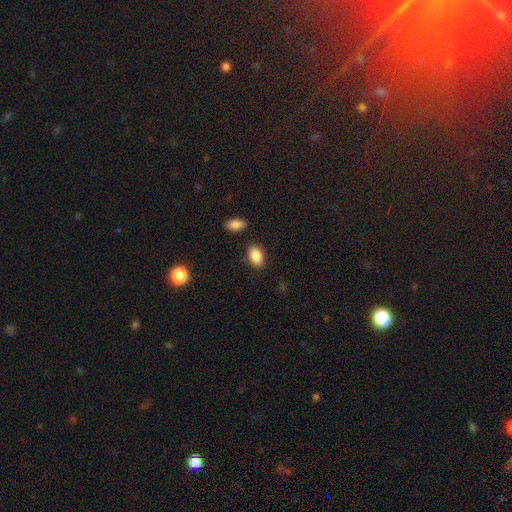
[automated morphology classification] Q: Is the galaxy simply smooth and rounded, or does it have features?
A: smooth — 88%.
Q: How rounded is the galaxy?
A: in between — 91%.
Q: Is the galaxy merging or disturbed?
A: none — 84%.